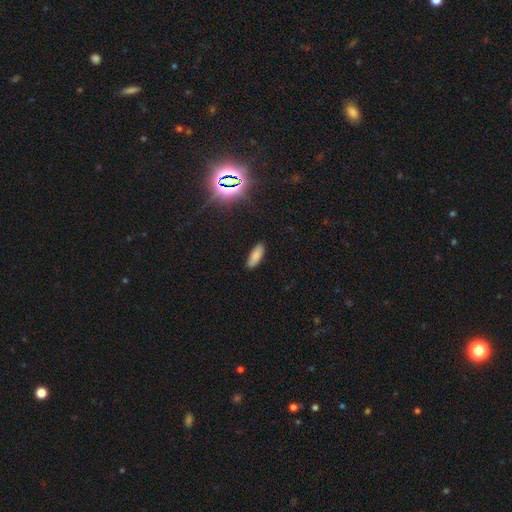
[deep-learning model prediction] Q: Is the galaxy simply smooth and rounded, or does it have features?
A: smooth — 82%.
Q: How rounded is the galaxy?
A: in between — 69%.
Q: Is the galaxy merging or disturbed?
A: none — 86%.